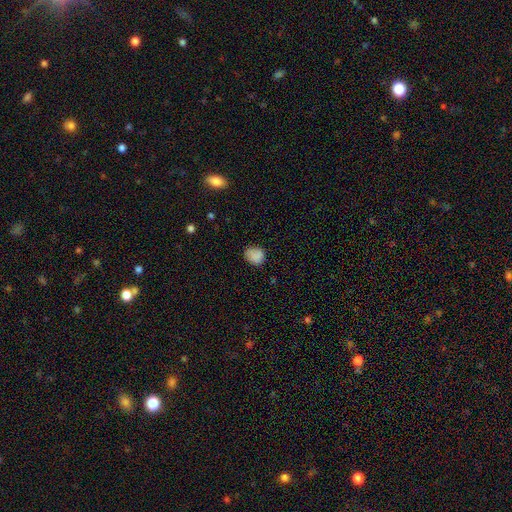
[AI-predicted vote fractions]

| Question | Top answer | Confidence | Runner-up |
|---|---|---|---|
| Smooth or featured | smooth | 86% | star or artifact (9%) |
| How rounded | round | 61% | in between (39%) |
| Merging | none | 71% | minor disturbance (24%) |